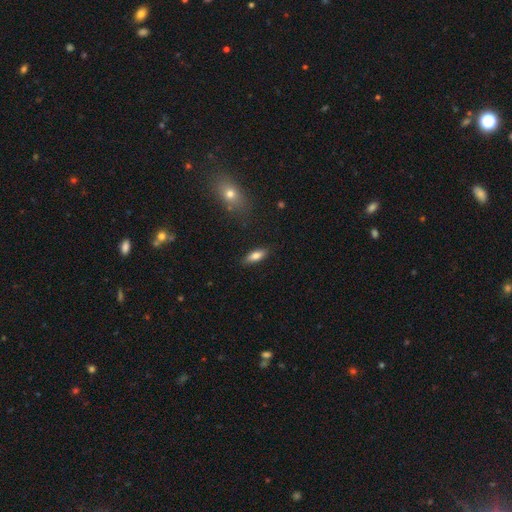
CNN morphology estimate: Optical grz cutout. It shows a smooth galaxy with no disk features (77%) that is in between round and cigar-shaped (70%). Merging: none (86%).